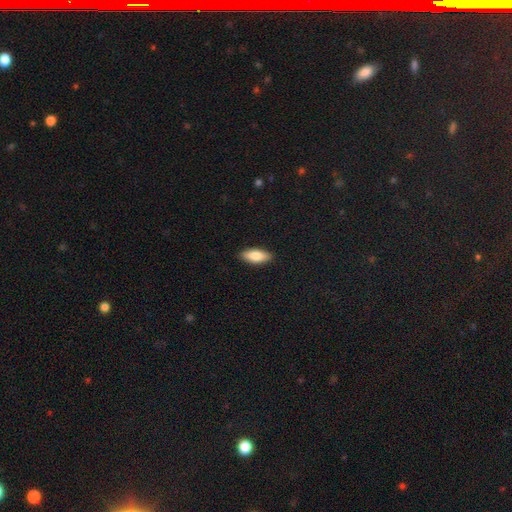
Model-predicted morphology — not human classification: Smooth or featured: smooth — 82% (featured or disk — 12%)
How rounded: in between — 78% (cigar-shaped — 20%)
Merging: none — 89% (minor disturbance — 8%)